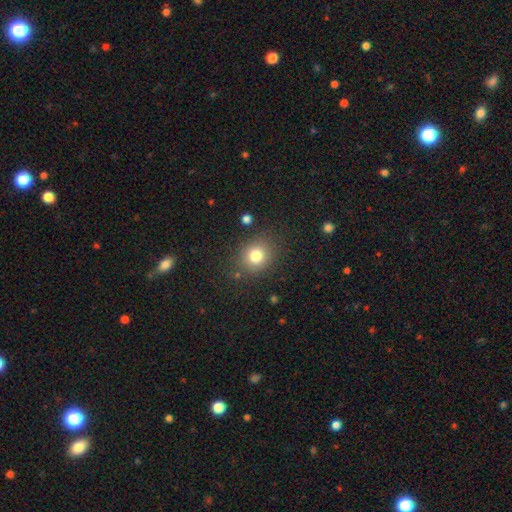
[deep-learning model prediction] Q: Smooth or featured?
A: smooth (79%); runner-up: star or artifact (13%)
Q: How rounded?
A: round (74%); runner-up: in between (25%)
Q: Merging?
A: none (83%); runner-up: minor disturbance (10%)